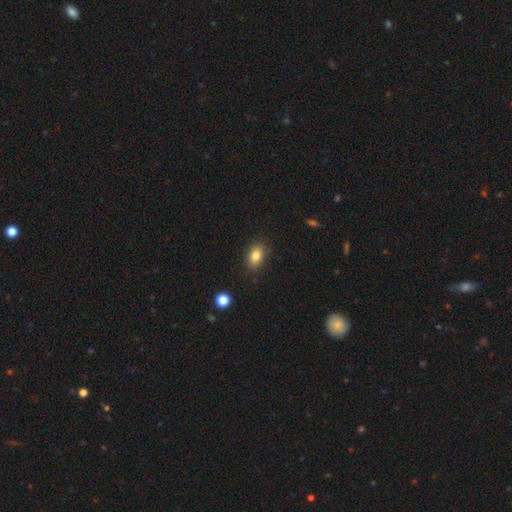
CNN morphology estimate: This is clearly a smooth galaxy (83%). How rounded: clearly in between (84%). Merging: clearly none (85%).